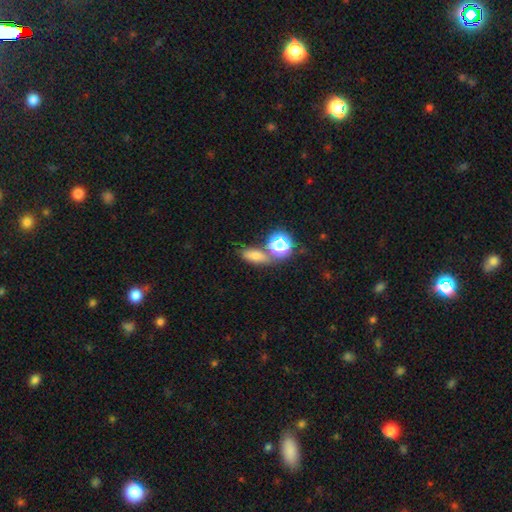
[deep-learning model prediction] The model was most divided on "merging": none: 59%, merger: 22%, minor disturbance: 13%, major disturbance: 5%. More confident: smooth or featured — smooth (67%); how rounded — in between (66%).